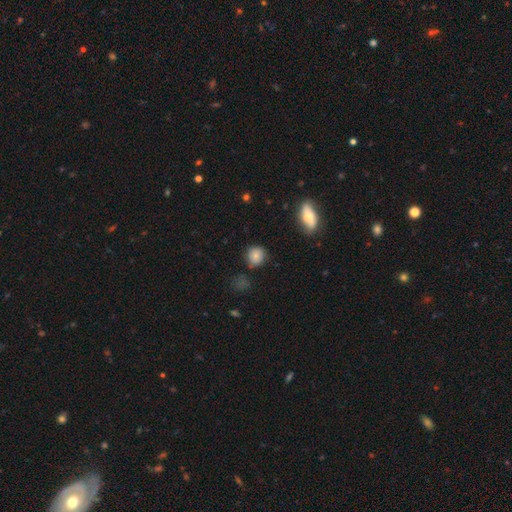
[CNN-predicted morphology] Smooth or featured?
  - smooth: 79% *
  - star or artifact: 11%
  - featured or disk: 10%
How rounded?
  - round: 86% *
  - in between: 13%
  - cigar-shaped: 1%
Merging?
  - none: 79% *
  - minor disturbance: 14%
  - major disturbance: 3%
  - merger: 3%